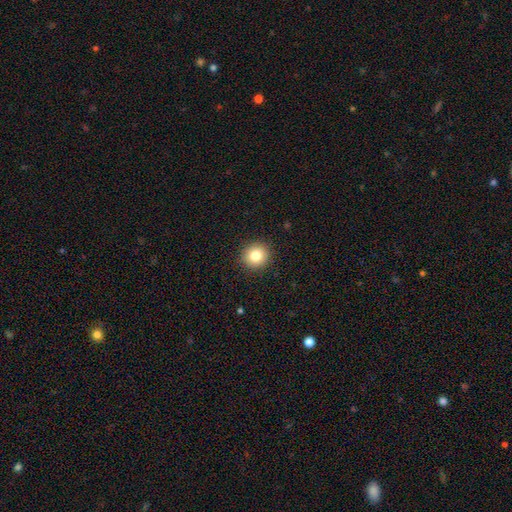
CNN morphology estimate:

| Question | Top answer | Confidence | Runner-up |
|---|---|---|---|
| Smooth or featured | smooth | 82% | star or artifact (11%) |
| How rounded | round | 90% | in between (9%) |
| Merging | none | 92% | minor disturbance (5%) |